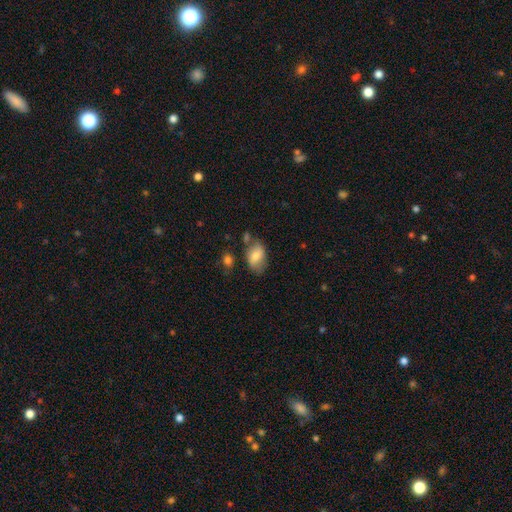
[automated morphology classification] Overall: smooth (71%). How rounded: in between (86%). Merging: none (63%; minor disturbance 23%).